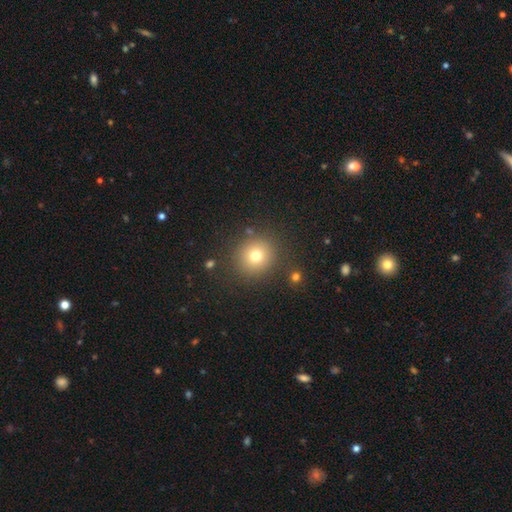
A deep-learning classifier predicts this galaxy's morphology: A smooth galaxy with no disk features (74%) that is round (91%).

Vote fractions:
- Smooth or featured? smooth: 74% / star or artifact: 15% / featured or disk: 11%
- How rounded? round: 91% / in between: 8% / cigar-shaped: 1%
- Merging? none: 85% / minor disturbance: 8% / major disturbance: 4% / merger: 3%